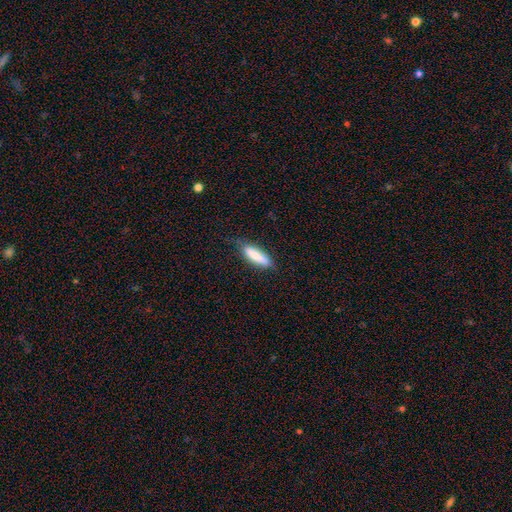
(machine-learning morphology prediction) A smooth galaxy with no disk features (80%) that is cigar-shaped (57%). Merging: none (72%).